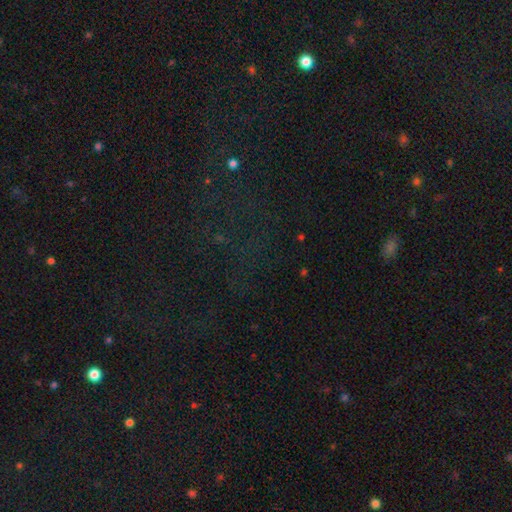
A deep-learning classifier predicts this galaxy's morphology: type=star or artifact (69%).